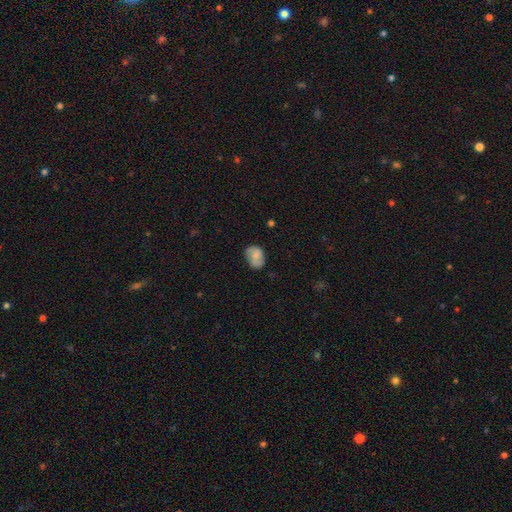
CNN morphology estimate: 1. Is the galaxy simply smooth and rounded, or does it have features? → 57% smooth, 34% featured or disk, 9% star or artifact.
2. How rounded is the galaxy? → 73% in between, 26% round, 1% cigar-shaped.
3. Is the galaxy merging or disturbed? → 67% none, 24% minor disturbance, 7% major disturbance, 2% merger.